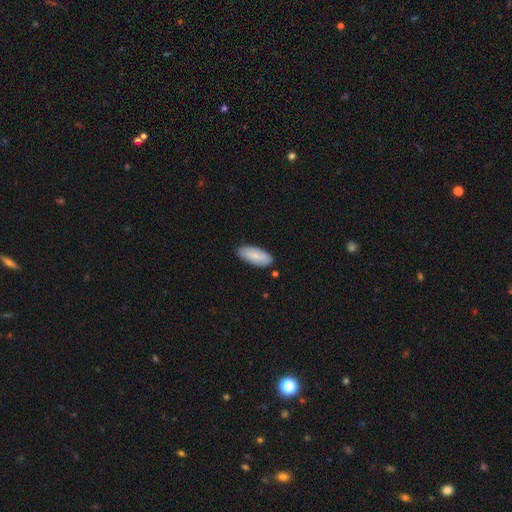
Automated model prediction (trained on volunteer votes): Smooth or featured: smooth — 80% (featured or disk — 14%)
How rounded: in between — 86% (cigar-shaped — 12%)
Merging: none — 84% (minor disturbance — 13%)